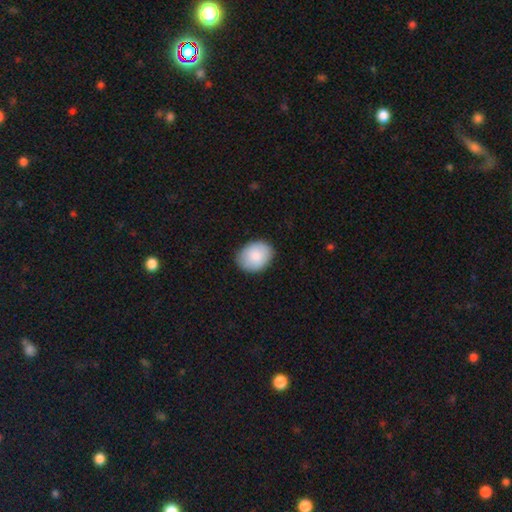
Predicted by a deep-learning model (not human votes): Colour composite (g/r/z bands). It shows a smooth galaxy with no disk features (86%) that is in between round and cigar-shaped (62%). Merging: none (85%).